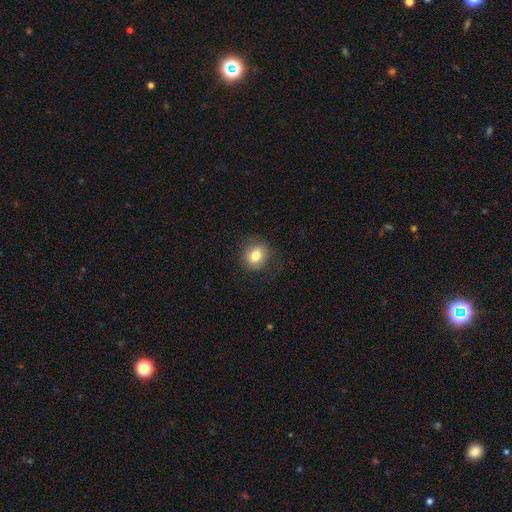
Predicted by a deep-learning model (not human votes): Overall: smooth (80%). How rounded: round (72%). Merging: none (80%).